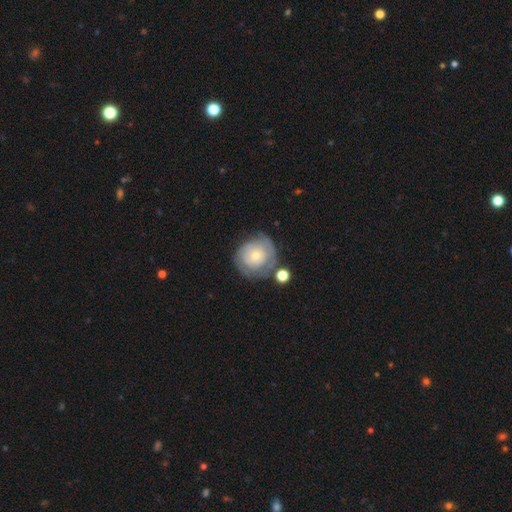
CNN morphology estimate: smooth-or-featured: featured or disk: 51% | smooth: 42% | star or artifact: 7%
  disk-edge-on: no: 97% | yes: 3%
  merging: none: 57% | minor disturbance: 23% | major disturbance: 11% | merger: 9%